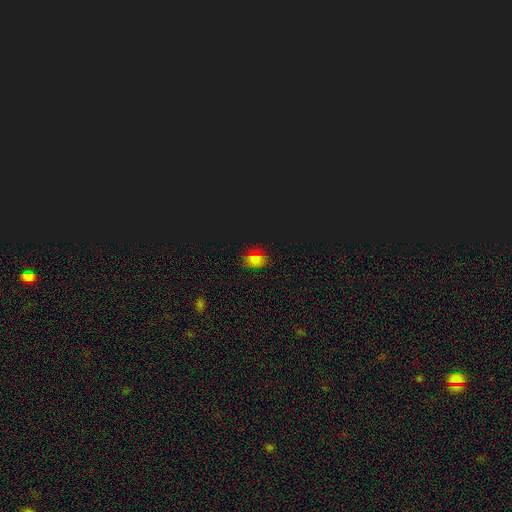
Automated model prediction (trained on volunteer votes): Overall: smooth (53%; star or artifact 39%). How rounded: in between (64%; round 33%). Merging: none (79%).